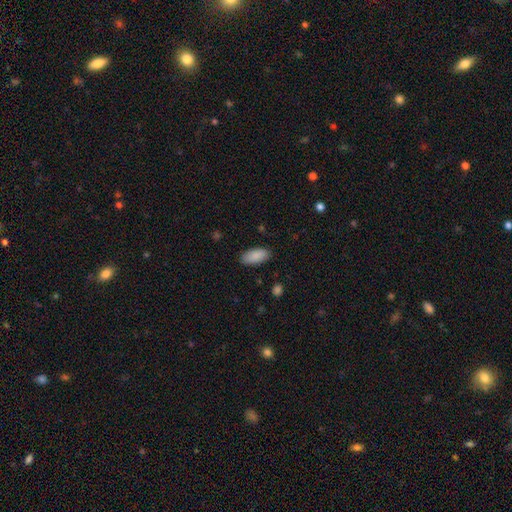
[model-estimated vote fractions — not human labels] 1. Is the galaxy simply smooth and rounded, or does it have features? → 89% smooth, 6% star or artifact, 5% featured or disk.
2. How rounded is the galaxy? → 91% in between, 7% cigar-shaped, 2% round.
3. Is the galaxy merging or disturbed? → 86% none, 11% minor disturbance, 2% major disturbance, 1% merger.